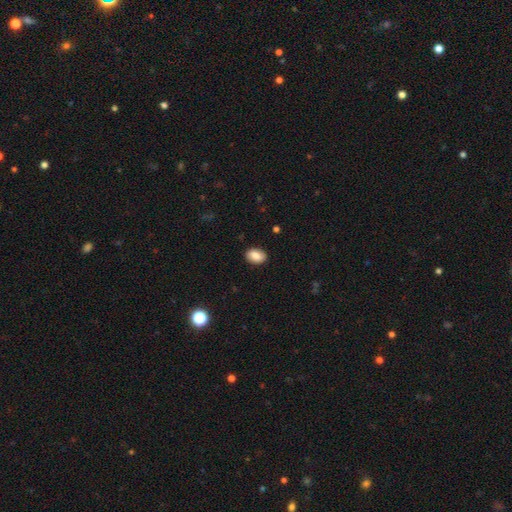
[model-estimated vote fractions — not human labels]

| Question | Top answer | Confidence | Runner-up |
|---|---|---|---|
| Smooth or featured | smooth | 85% | star or artifact (8%) |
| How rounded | in between | 83% | round (16%) |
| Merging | none | 88% | minor disturbance (9%) |